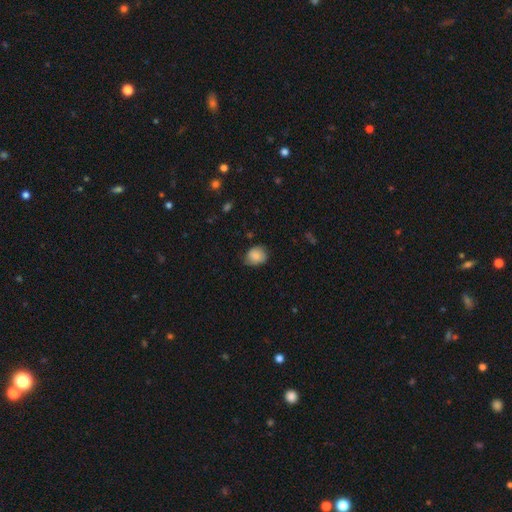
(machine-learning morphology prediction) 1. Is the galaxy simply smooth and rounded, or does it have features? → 79% smooth, 13% featured or disk, 8% star or artifact.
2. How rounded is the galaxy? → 62% round, 37% in between, 1% cigar-shaped.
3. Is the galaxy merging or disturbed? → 61% none, 30% minor disturbance, 7% major disturbance, 1% merger.